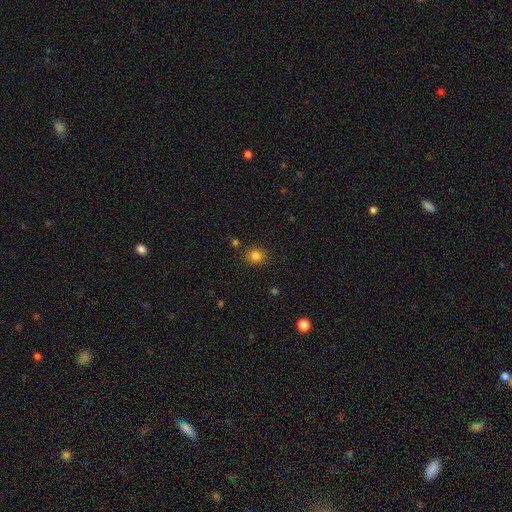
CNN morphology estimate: smooth-or-featured: smooth: 82% | star or artifact: 12% | featured or disk: 6%
  how-rounded: round: 75% | in between: 24% | cigar-shaped: 1%
  merging: none: 83% | minor disturbance: 11% | merger: 3% | major disturbance: 3%